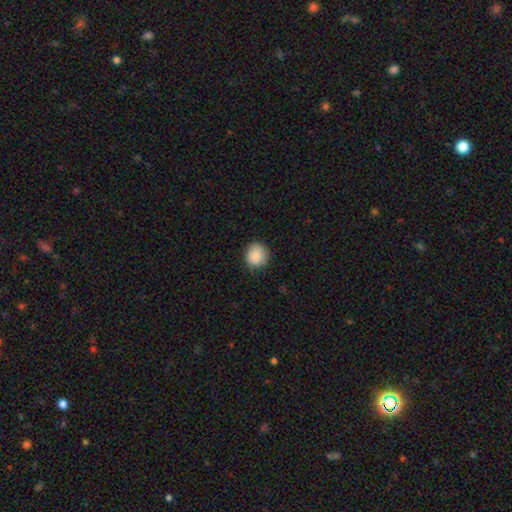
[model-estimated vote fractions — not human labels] smooth 86%, star or artifact 8%, featured or disk 6%. Down the decision tree: how rounded — round (86%); merging — none (82%).